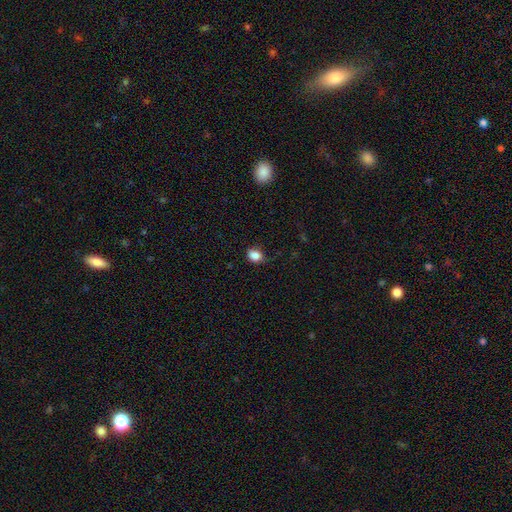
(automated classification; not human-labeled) This is clearly a smooth galaxy (85%). How rounded: possibly round (52%). Merging: likely none (69%).